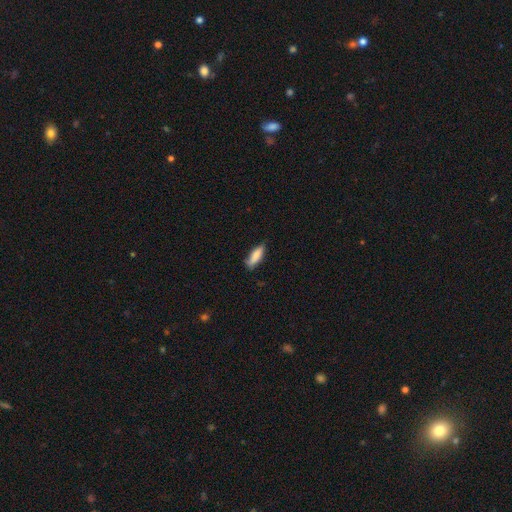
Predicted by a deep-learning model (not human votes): smooth_or_featured: smooth (p=0.85) [alt: featured or disk p=0.09]
how_rounded: in between (p=0.57) [alt: cigar-shaped p=0.41]
merging: none (p=0.71) [alt: minor disturbance p=0.23]